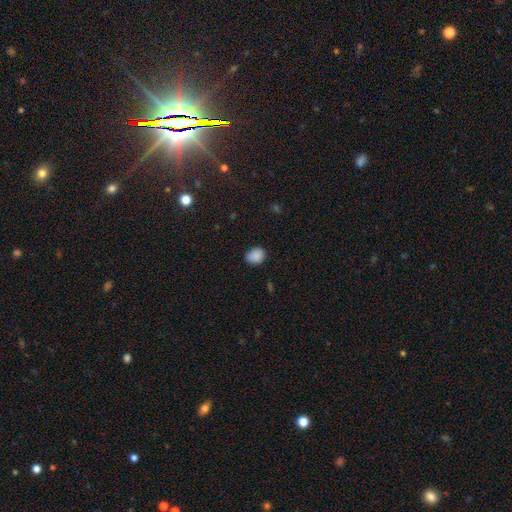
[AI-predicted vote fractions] smooth-or-featured: smooth: 88% | star or artifact: 9% | featured or disk: 3%
  how-rounded: round: 51% | in between: 48% | cigar-shaped: 1%
  merging: none: 82% | minor disturbance: 14% | major disturbance: 3% | merger: 1%